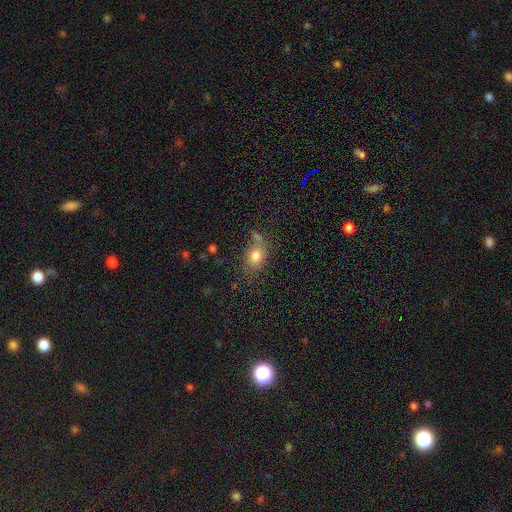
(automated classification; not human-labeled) smooth_or_featured: smooth (p=0.77) [alt: star or artifact p=0.12]
how_rounded: in between (p=0.63) [alt: round p=0.35]
merging: none (p=0.61) [alt: minor disturbance p=0.18]